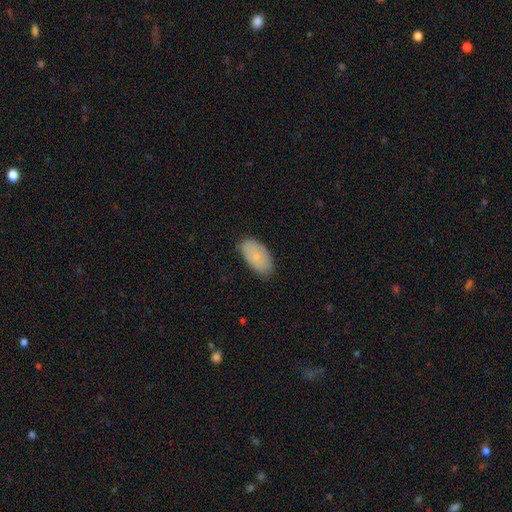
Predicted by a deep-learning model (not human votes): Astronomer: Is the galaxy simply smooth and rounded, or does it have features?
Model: smooth — 75%.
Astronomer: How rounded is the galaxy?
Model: in between — 94%.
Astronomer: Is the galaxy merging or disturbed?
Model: none — 76%.